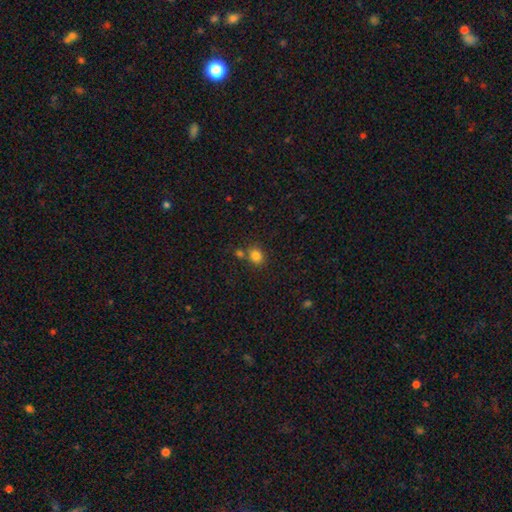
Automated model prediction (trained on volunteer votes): Smooth or featured?
  - smooth: 81% *
  - star or artifact: 13%
  - featured or disk: 6%
How rounded?
  - round: 67% *
  - in between: 32%
  - cigar-shaped: 1%
Merging?
  - none: 64% *
  - merger: 22%
  - minor disturbance: 10%
  - major disturbance: 3%